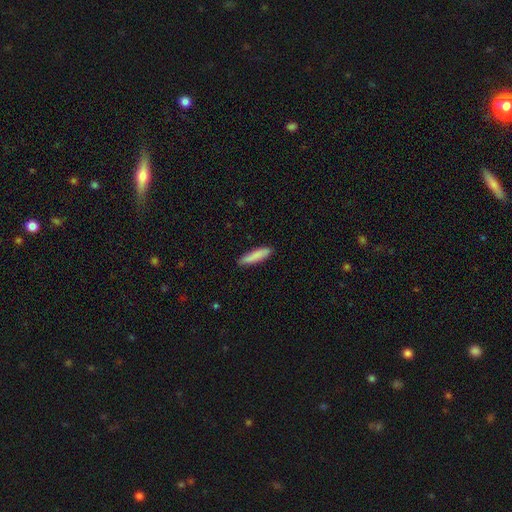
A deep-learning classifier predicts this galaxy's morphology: A smooth galaxy with no disk features (86%) that is cigar-shaped (80%).

Vote fractions:
- Smooth or featured? smooth: 86% / featured or disk: 8% / star or artifact: 6%
- How rounded? cigar-shaped: 80% / in between: 18% / round: 1%
- Merging? none: 87% / minor disturbance: 10% / major disturbance: 2% / merger: 1%